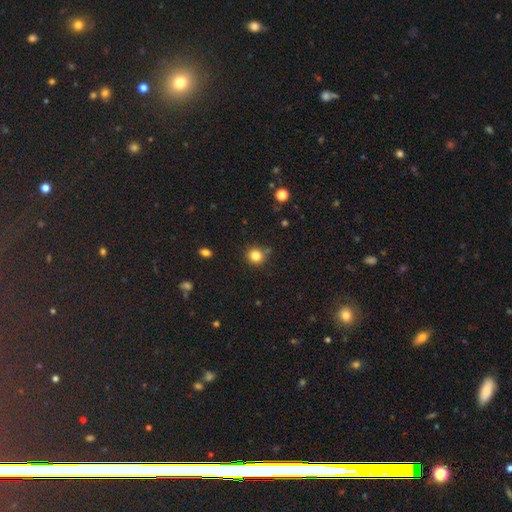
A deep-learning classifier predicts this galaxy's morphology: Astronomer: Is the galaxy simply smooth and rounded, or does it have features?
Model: smooth — 82%.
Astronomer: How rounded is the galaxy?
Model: round — 90%.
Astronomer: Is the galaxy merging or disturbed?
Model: none — 82%.